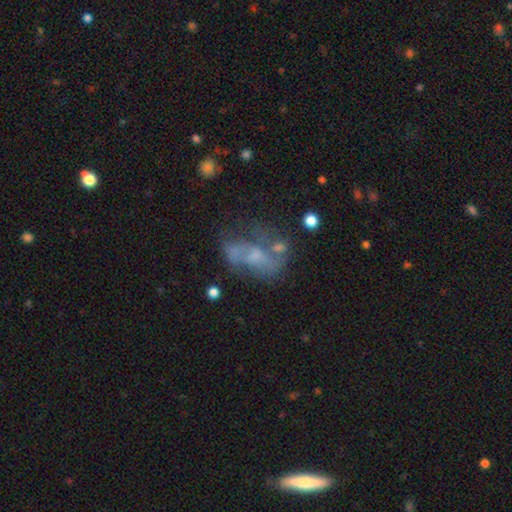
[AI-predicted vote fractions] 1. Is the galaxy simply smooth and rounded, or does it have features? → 53% featured or disk, 30% smooth, 17% star or artifact.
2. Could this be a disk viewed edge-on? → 94% no, 6% yes.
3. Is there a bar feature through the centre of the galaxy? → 77% no, 18% weak, 5% strong.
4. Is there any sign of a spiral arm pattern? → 74% no, 26% yes.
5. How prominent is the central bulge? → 40% none, 31% small, 23% moderate, 4% large, 2% dominant.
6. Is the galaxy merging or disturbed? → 33% none, 29% major disturbance, 20% merger, 18% minor disturbance.